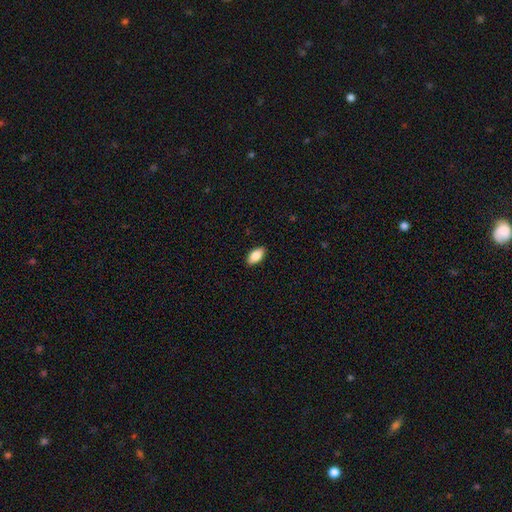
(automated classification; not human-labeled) The model was most divided on "smooth or featured": smooth: 87%, featured or disk: 7%, star or artifact: 6%. More confident: how rounded — in between (92%); merging — none (89%).